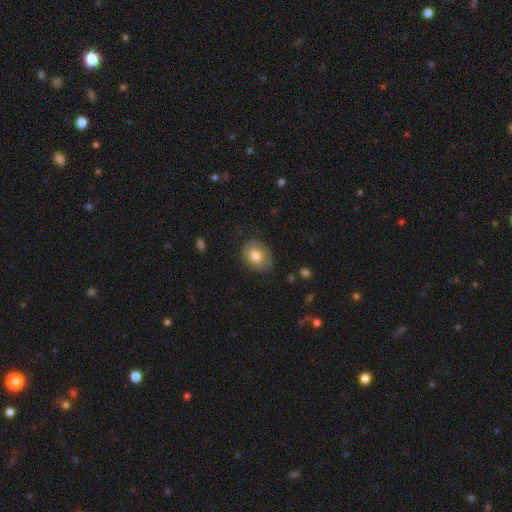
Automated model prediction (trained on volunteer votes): smooth 73%, featured or disk 20%, star or artifact 7%. Down the decision tree: how rounded — in between (55%); merging — none (68%).